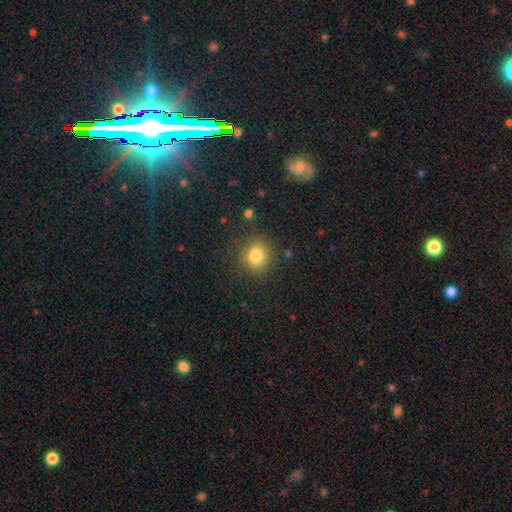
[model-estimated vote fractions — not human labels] smooth-or-featured: smooth: 81% | star or artifact: 12% | featured or disk: 7%
  how-rounded: round: 83% | in between: 16% | cigar-shaped: 1%
  merging: none: 85% | minor disturbance: 9% | major disturbance: 3% | merger: 2%